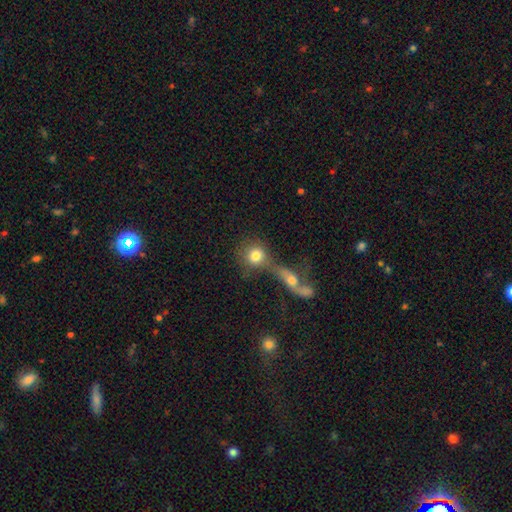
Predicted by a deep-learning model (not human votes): This appears to be a smooth galaxy with no disk features (77%) that is round (83%). Merging: merger (50%).